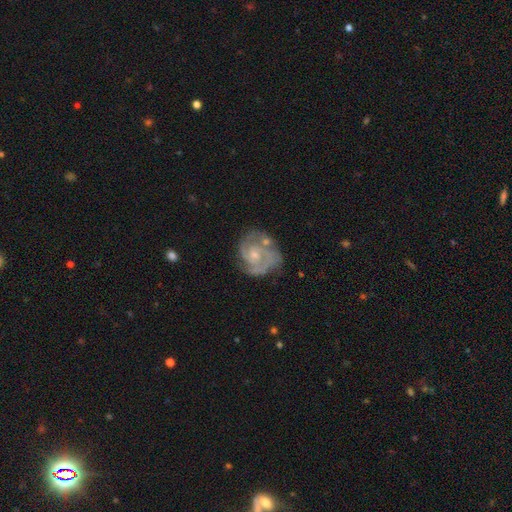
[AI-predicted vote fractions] Smooth or featured: featured or disk — 86% (smooth — 8%)
Edge-on disk: no — 98% (yes — 2%)
Bar: no — 68% (weak — 27%)
Spiral arms: yes — 96% (no — 4%)
Spiral winding: tight — 59% (medium — 34%)
Spiral arm count: 2 — 47% (3 — 27%)
Bulge size: small — 63% (moderate — 29%)
Merging: none — 64% (minor disturbance — 20%)